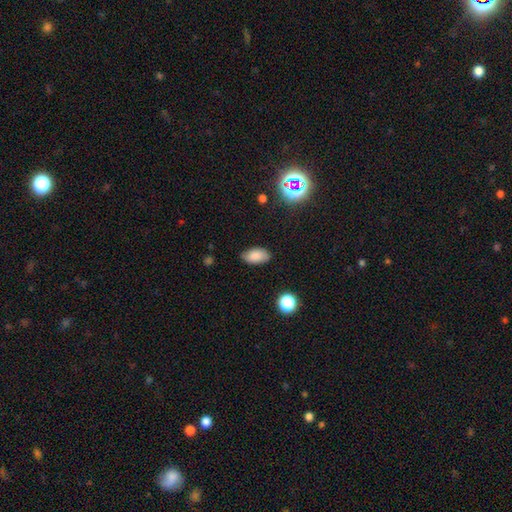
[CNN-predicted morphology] This appears to be a smooth galaxy with no disk features (82%) that is in between round and cigar-shaped (93%). Merging: none (82%).